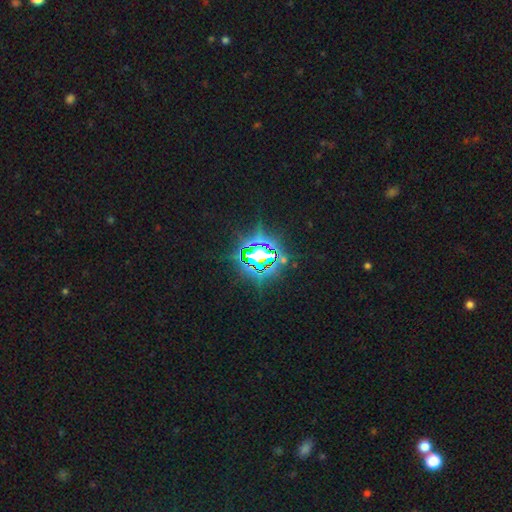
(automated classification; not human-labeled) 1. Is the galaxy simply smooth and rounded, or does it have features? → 79% star or artifact, 10% smooth, 10% featured or disk.